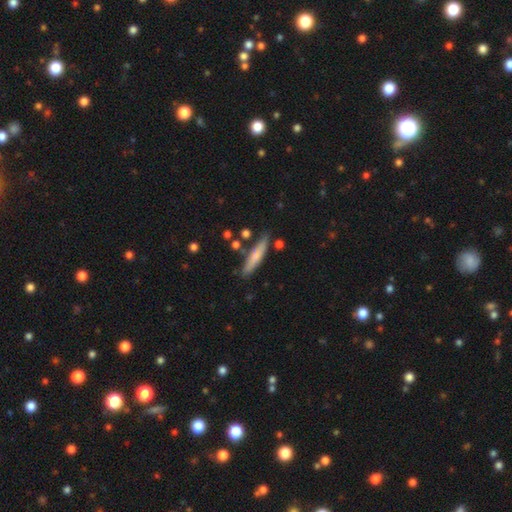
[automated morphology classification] This appears to be a smooth galaxy with no disk features (63%) that is cigar-shaped (86%). Merging: none (78%).